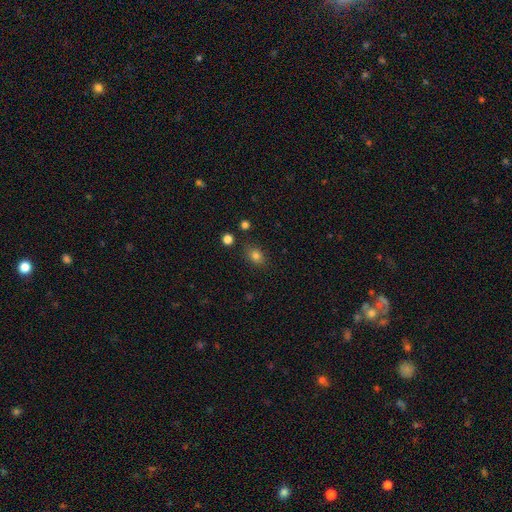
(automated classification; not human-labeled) A smooth galaxy with no disk features (80%) that is in between round and cigar-shaped (60%).

Vote fractions:
- Smooth or featured? smooth: 80% / star or artifact: 13% / featured or disk: 7%
- How rounded? in between: 60% / round: 39% / cigar-shaped: 1%
- Merging? none: 83% / minor disturbance: 11% / major disturbance: 3% / merger: 3%